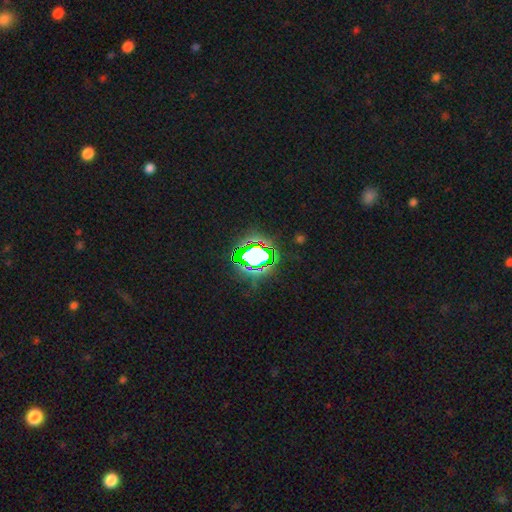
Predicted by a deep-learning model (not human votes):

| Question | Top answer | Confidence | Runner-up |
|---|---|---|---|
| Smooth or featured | star or artifact | 68% | smooth (18%) |